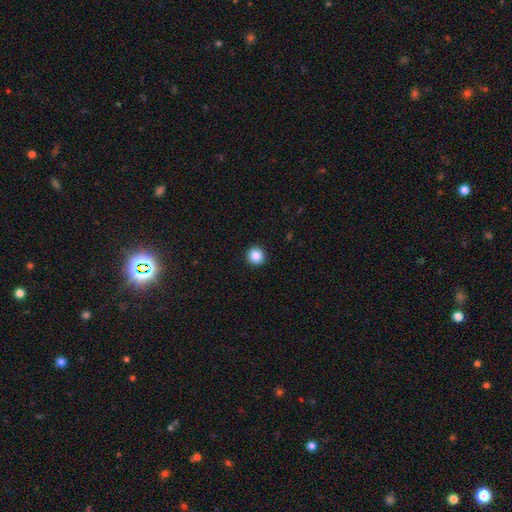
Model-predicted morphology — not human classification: This is clearly a smooth galaxy (85%). How rounded: clearly round (95%). Merging: clearly none (94%).